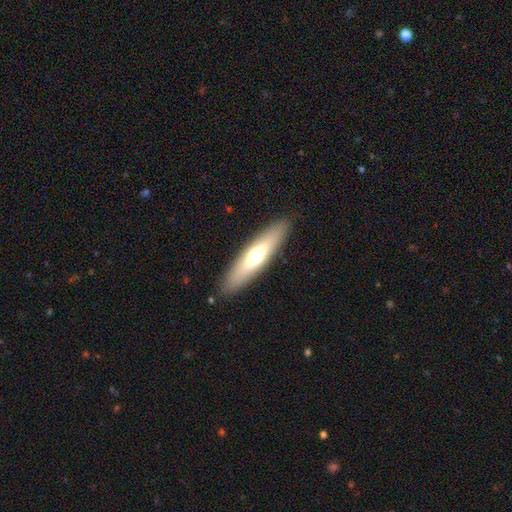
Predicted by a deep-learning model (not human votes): This appears to be a smooth galaxy with no disk features (57%) that is cigar-shaped (71%). Merging: none (89%).